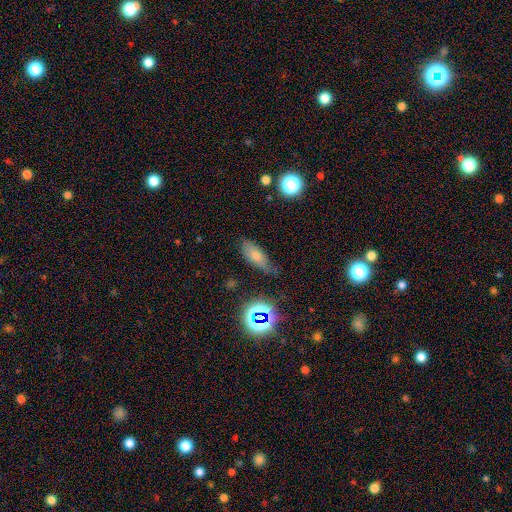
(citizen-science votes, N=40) Q: Smooth or featured?
A: smooth (78%); runner-up: star or artifact (12%)
Q: How rounded?
A: in between (77%); runner-up: cigar-shaped (19%)
Q: Merging?
A: none (66%); runner-up: minor disturbance (29%)